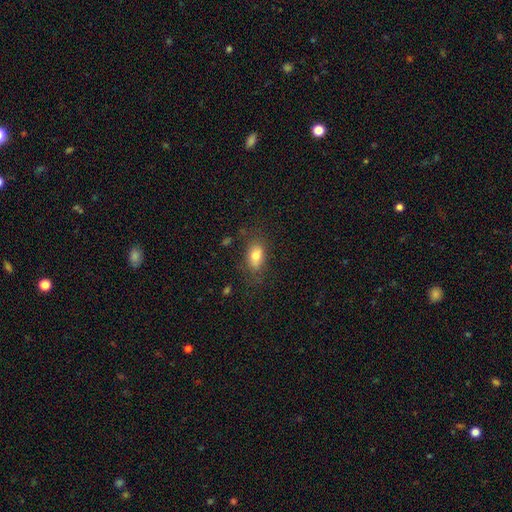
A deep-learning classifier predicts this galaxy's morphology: A smooth galaxy with no disk features (78%) that is in between round and cigar-shaped (86%).

Vote fractions:
- Smooth or featured? smooth: 78% / featured or disk: 13% / star or artifact: 9%
- How rounded? in between: 86% / round: 10% / cigar-shaped: 4%
- Merging? none: 72% / minor disturbance: 18% / major disturbance: 7% / merger: 2%